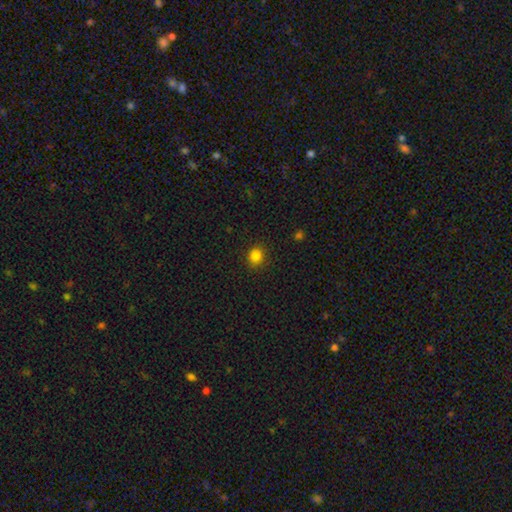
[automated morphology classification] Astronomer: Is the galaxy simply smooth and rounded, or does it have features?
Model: smooth — 83%.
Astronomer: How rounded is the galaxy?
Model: round — 80%.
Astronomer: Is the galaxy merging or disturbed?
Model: none — 89%.